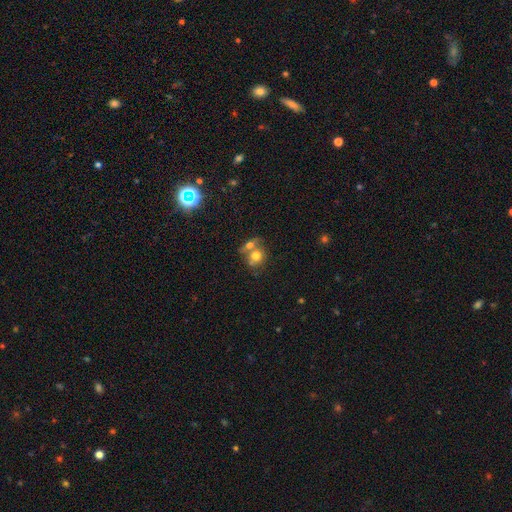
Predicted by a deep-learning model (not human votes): This appears to be a smooth galaxy with no disk features (69%) that is round (65%). Merging: merger (55%).